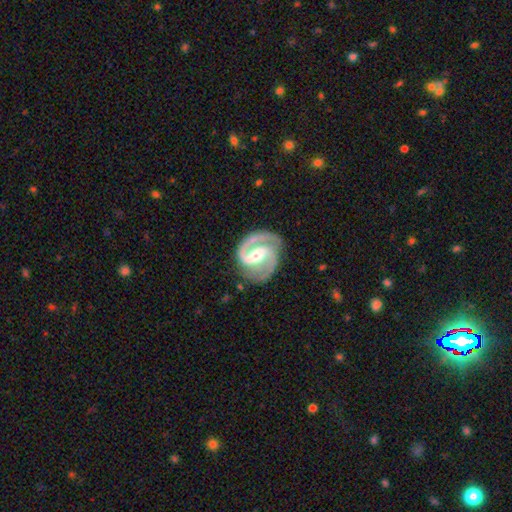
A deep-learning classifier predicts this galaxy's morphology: smooth-or-featured: featured or disk: 93% | star or artifact: 4% | smooth: 4%
  disk-edge-on: no: 98% | yes: 2%
    bar: strong: 50% | weak: 38% | no: 12%
    has-spiral-arms: yes: 98% | no: 2%
      spiral-winding: medium: 53% | tight: 39% | loose: 8%
      spiral-arm-count: 2: 91% | 3: 3% | 1: 3% | can't tell: 2% | 4: 1% | more than 4: 1%
    bulge-size: moderate: 56% | small: 37% | large: 5% | none: 2% | dominant: 1%
  merging: none: 80% | minor disturbance: 14% | major disturbance: 5% | merger: 1%